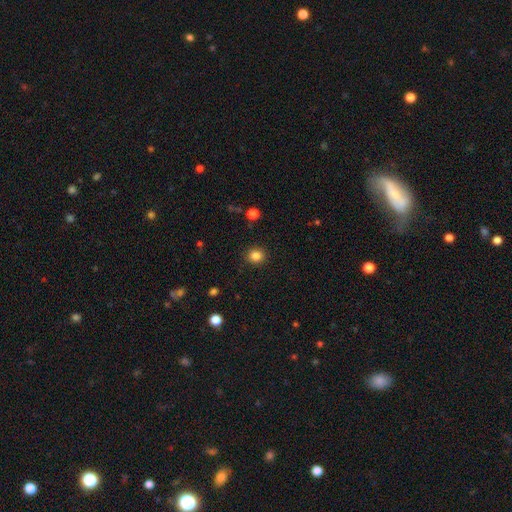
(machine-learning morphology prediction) Smooth or featured: smooth — 84% (star or artifact — 12%)
How rounded: round — 85% (in between — 14%)
Merging: none — 91% (minor disturbance — 6%)